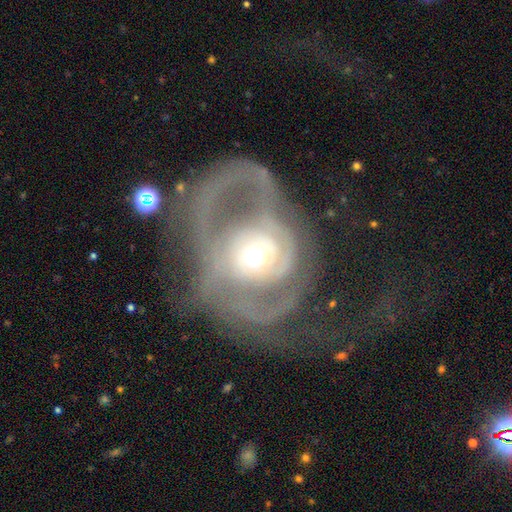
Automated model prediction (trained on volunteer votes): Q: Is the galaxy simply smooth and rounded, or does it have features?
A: featured or disk — 79%.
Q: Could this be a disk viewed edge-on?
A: no — 97%.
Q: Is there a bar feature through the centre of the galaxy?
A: no — 76%.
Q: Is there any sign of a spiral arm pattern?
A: yes — 71%.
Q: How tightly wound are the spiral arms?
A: medium — 38%.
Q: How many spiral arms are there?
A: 2 — 37%.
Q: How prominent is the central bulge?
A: moderate — 63%.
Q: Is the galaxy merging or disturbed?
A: major disturbance — 62%.